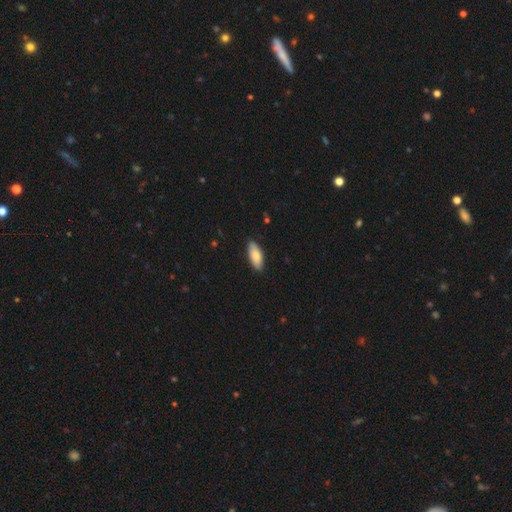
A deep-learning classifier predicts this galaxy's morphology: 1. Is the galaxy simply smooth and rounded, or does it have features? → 80% smooth, 14% featured or disk, 5% star or artifact.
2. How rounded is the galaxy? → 84% in between, 14% cigar-shaped, 2% round.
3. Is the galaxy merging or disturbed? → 88% none, 10% minor disturbance, 2% major disturbance, 1% merger.